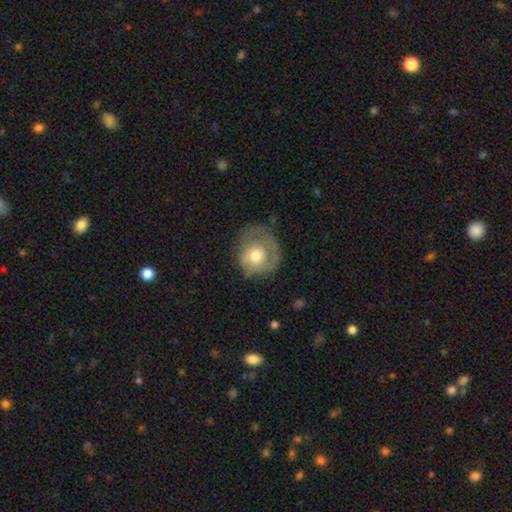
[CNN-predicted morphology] Smooth or featured? Predicted: smooth (p=0.56). How rounded? Predicted: round (p=0.80). Merging? Predicted: none (p=0.44).